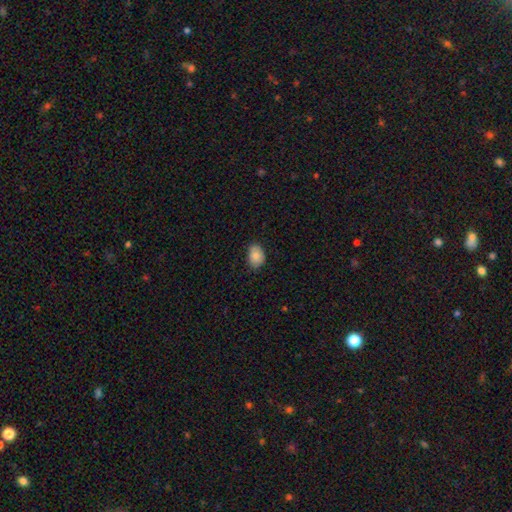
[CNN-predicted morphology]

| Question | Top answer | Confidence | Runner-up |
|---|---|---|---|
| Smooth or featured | smooth | 80% | featured or disk (12%) |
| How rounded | in between | 77% | round (22%) |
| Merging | none | 78% | minor disturbance (18%) |